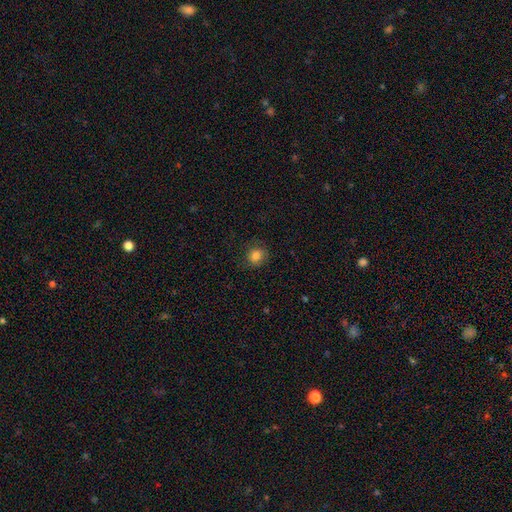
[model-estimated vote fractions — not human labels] Overall: smooth (82%). How rounded: round (78%). Merging: none (82%).